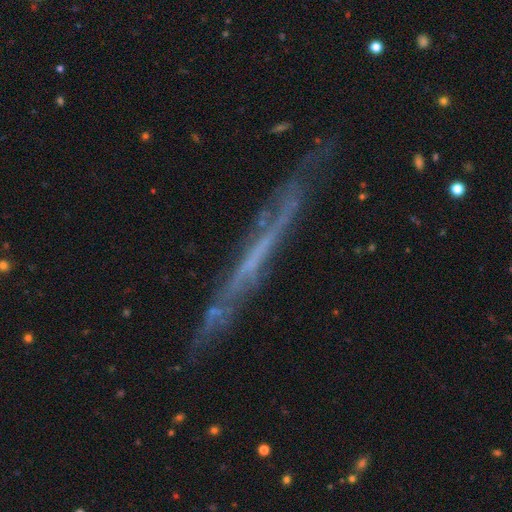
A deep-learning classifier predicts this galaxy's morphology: Smooth or featured?
  - featured or disk: 68% *
  - smooth: 23%
  - star or artifact: 9%
Edge-on disk?
  - yes: 85% *
  - no: 15%
Edge-on bulge?
  - none: 89% *
  - rounded: 6%
  - boxy: 5%
Merging?
  - none: 73% *
  - minor disturbance: 19%
  - major disturbance: 6%
  - merger: 3%